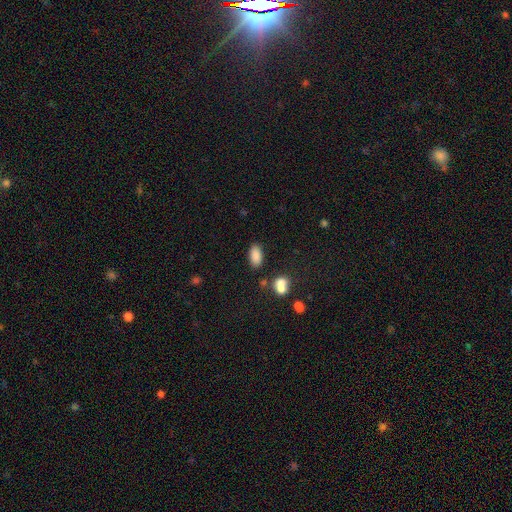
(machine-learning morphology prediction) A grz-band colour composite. It shows a smooth galaxy with no disk features (86%) that is in between round and cigar-shaped (92%). Merging: none (82%).